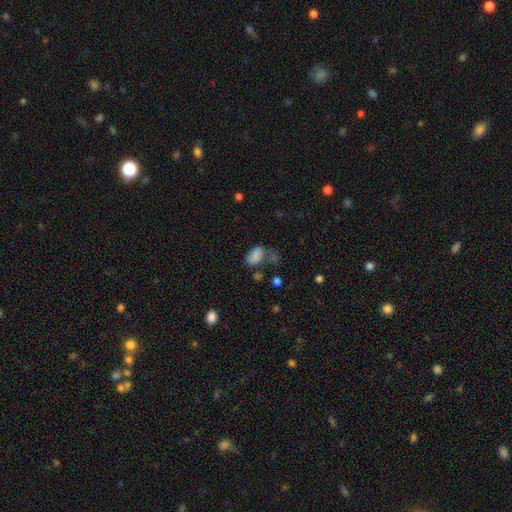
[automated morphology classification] type=smooth (80%); roundness=in between (90%); merging=none (43%).